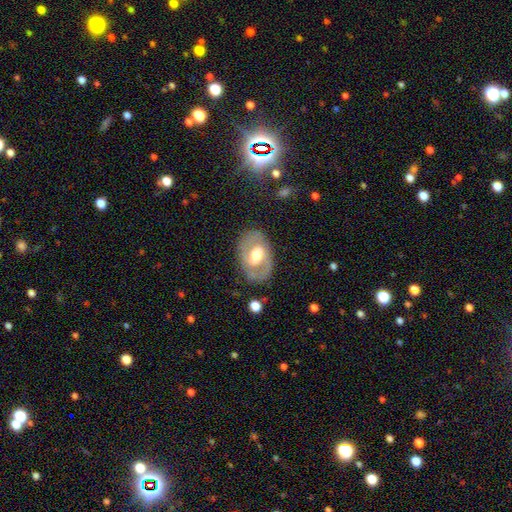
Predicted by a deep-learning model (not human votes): Q: Smooth or featured?
A: featured or disk (69%); runner-up: smooth (25%)
Q: Edge-on disk?
A: no (94%); runner-up: yes (6%)
Q: Bar?
A: weak (44%); runner-up: no (36%)
Q: Spiral arms?
A: yes (60%); runner-up: no (40%)
Q: Bulge size?
A: moderate (64%); runner-up: large (24%)
Q: Merging?
A: none (78%); runner-up: minor disturbance (14%)